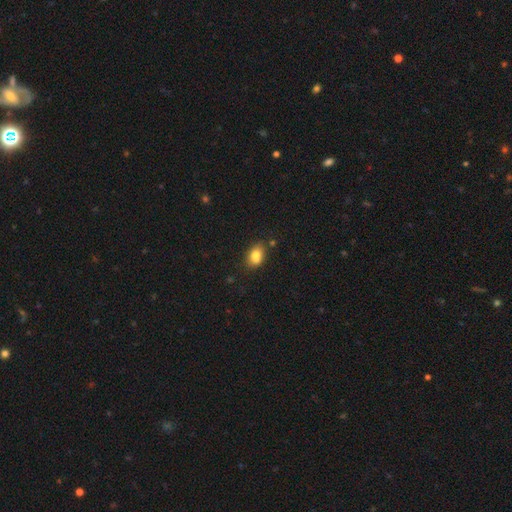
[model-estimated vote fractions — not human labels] smooth 80%, featured or disk 11%, star or artifact 9%. Down the decision tree: how rounded — in between (79%); merging — none (64%).